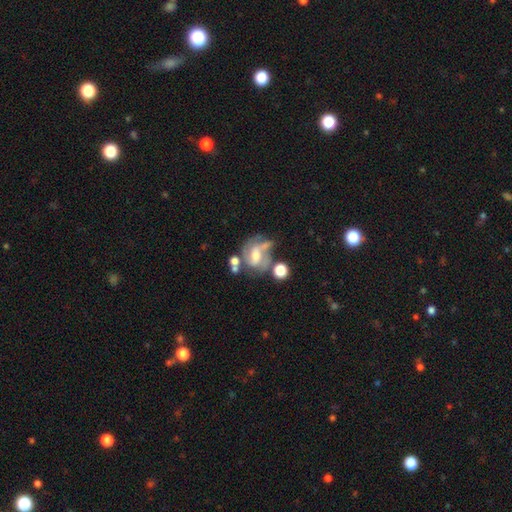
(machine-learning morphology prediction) Smooth or featured: featured or disk — 71% (smooth — 19%)
Edge-on disk: no — 97% (yes — 3%)
Bar: weak — 45% (no — 35%)
Spiral arms: yes — 83% (no — 17%)
Spiral winding: medium — 47% (tight — 31%)
Spiral arm count: 2 — 46% (can't tell — 21%)
Bulge size: moderate — 54% (small — 32%)
Merging: none — 38% (merger — 22%)